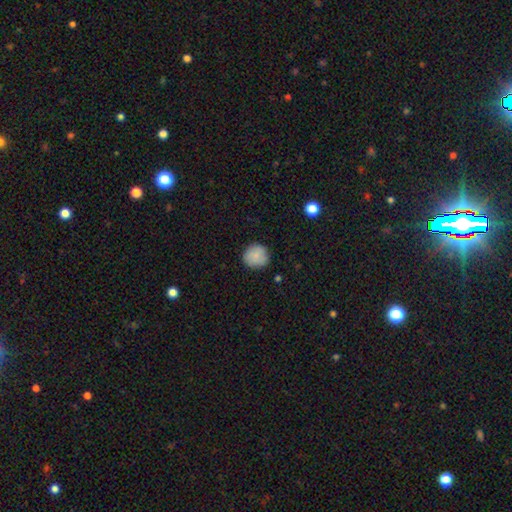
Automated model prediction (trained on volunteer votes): A smooth galaxy with no disk features (85%) that is round (91%). Merging: none (85%).